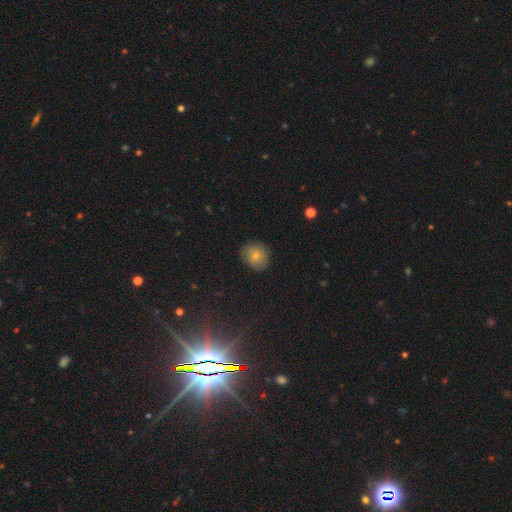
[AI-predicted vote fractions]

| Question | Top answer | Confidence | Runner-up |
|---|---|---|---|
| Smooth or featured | smooth | 74% | featured or disk (16%) |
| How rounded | round | 74% | in between (25%) |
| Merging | none | 83% | minor disturbance (13%) |